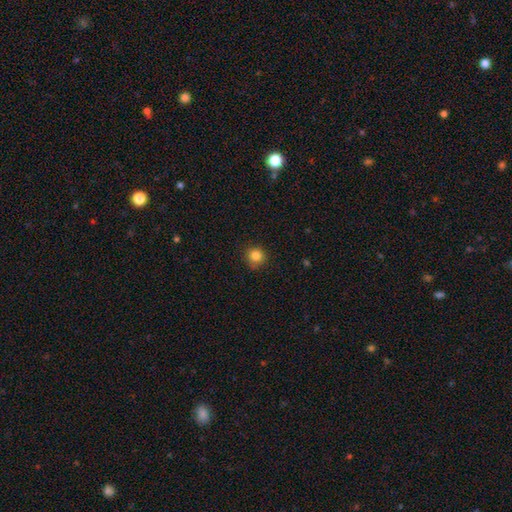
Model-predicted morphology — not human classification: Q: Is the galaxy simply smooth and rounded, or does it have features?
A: smooth — 83%.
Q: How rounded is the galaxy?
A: round — 91%.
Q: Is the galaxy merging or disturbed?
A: none — 84%.